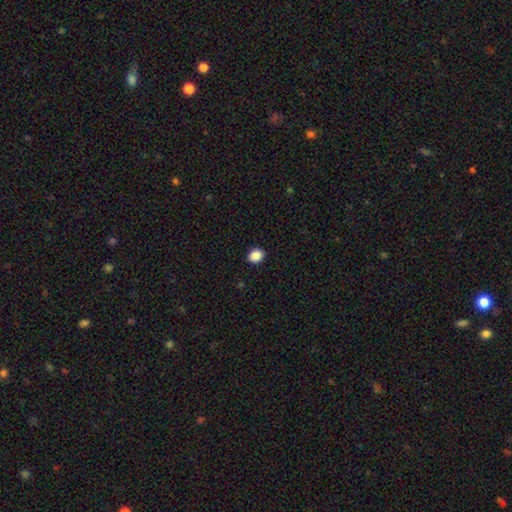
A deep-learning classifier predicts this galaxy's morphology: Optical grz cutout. It shows a smooth galaxy with no disk features (88%) that is round (58%). Merging: none (91%).